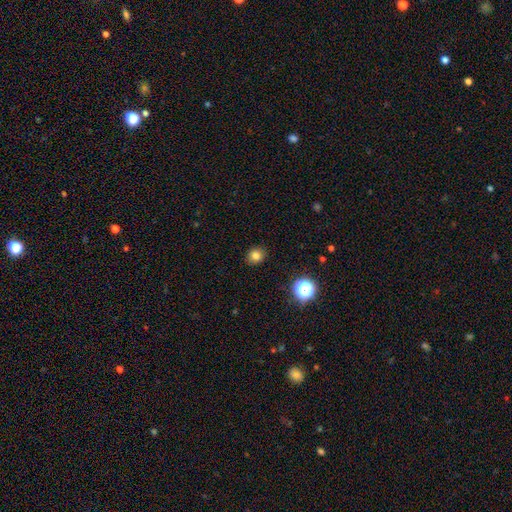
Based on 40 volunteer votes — Q: Smooth or featured?
A: smooth (78%); runner-up: featured or disk (12%)
Q: How rounded?
A: round (65%); runner-up: in between (35%)
Q: Merging?
A: none (89%); runner-up: minor disturbance (8%)